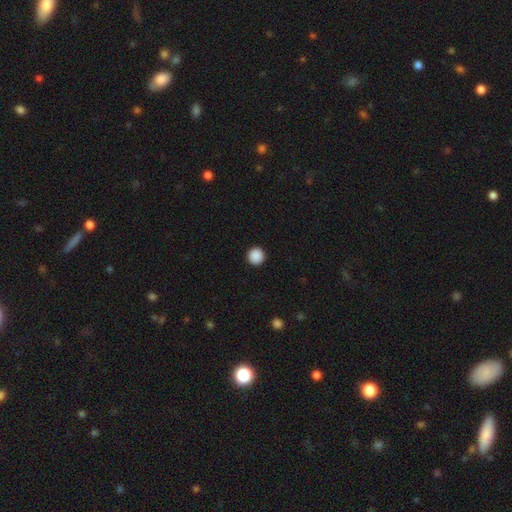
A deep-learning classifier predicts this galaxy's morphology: This is clearly a smooth galaxy (89%). How rounded: clearly round (96%). Merging: clearly none (94%).